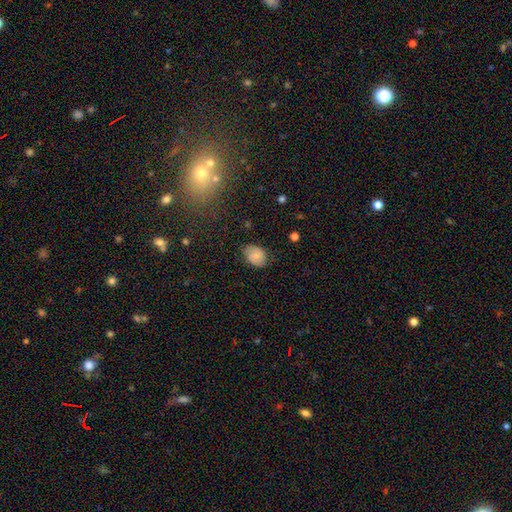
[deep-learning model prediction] Overall: smooth (69%). How rounded: in between (73%). Merging: none (72%).